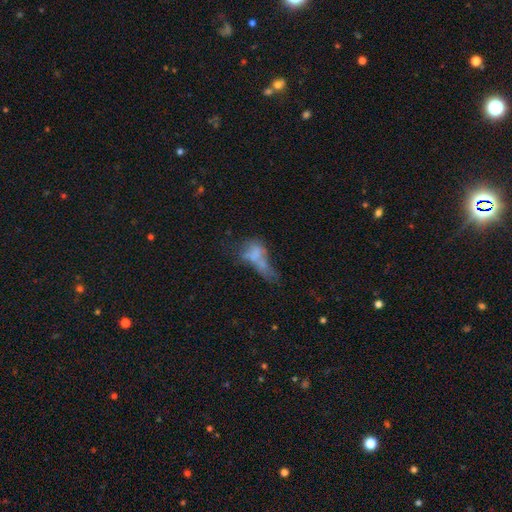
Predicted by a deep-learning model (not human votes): This is possibly a smooth galaxy (46%). Merging: marginally major disturbance (39%).